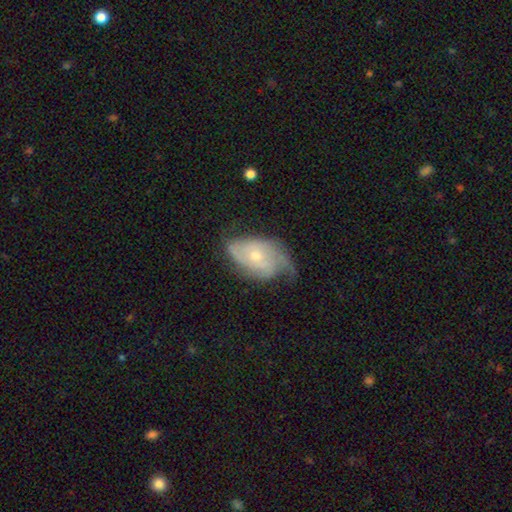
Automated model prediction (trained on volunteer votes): This appears to be a featured or disk galaxy (77%) with no bar (72%), 2 (37%) tight (43%) spiral arms (92%) and a moderate central bulge (49%). Merging: none (54%).